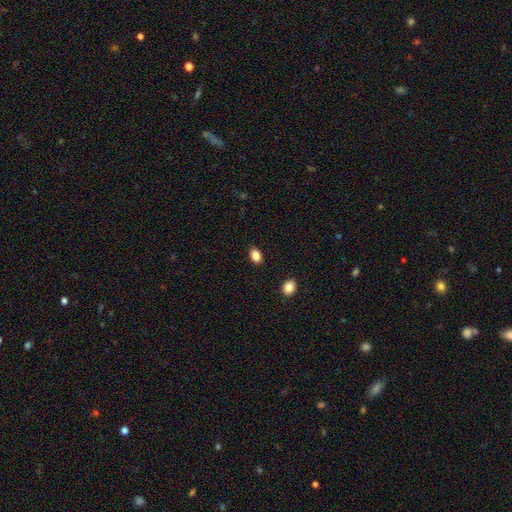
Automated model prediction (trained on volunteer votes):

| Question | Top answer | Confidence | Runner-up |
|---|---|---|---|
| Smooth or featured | smooth | 85% | star or artifact (10%) |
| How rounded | in between | 80% | round (18%) |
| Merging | none | 87% | minor disturbance (9%) |